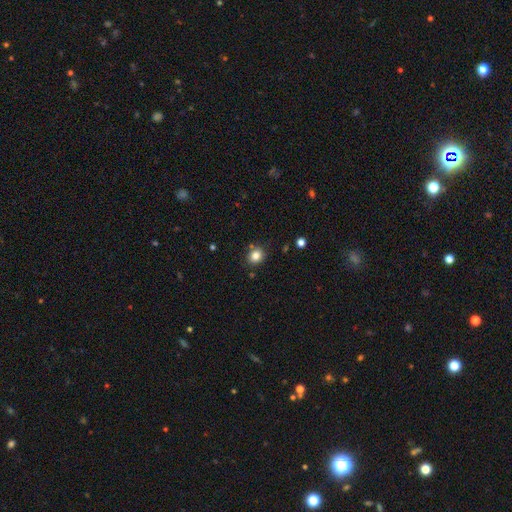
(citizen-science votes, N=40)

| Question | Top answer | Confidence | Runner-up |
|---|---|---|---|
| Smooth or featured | smooth | 88% | star or artifact (8%) |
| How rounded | round | 86% | in between (14%) |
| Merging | none | 89% | minor disturbance (8%) |